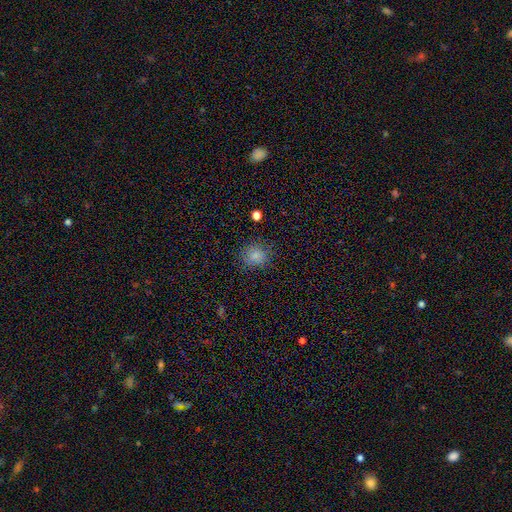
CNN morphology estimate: smooth_or_featured: smooth (p=0.81) [alt: star or artifact p=0.13]
how_rounded: round (p=0.83) [alt: in between p=0.16]
merging: none (p=0.83) [alt: minor disturbance p=0.12]